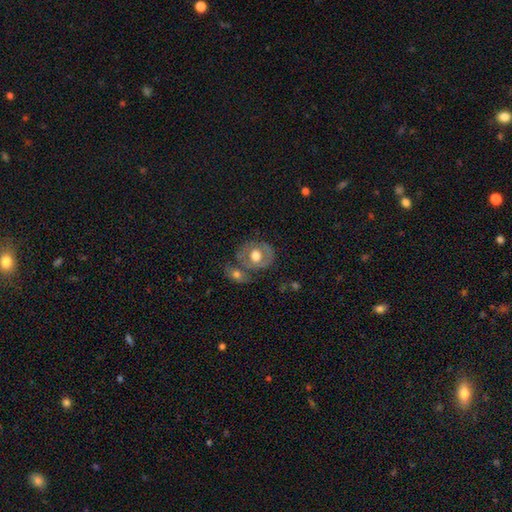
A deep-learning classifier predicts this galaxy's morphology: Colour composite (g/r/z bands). It shows a smooth galaxy with no disk features (49%). Merging: none (53%).